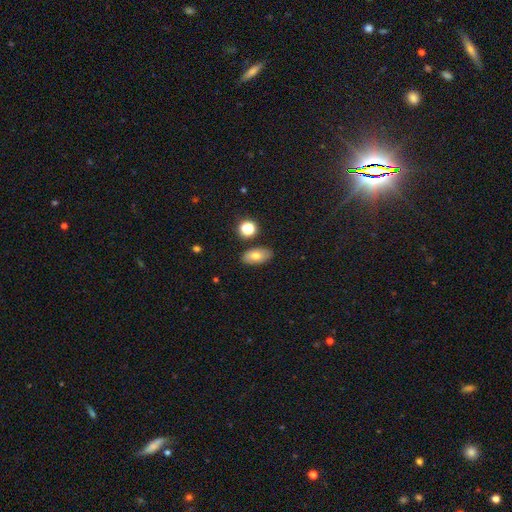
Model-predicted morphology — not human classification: The model was most divided on "smooth or featured": smooth: 71%, featured or disk: 19%, star or artifact: 10%. More confident: how rounded — in between (88%); merging — none (84%).